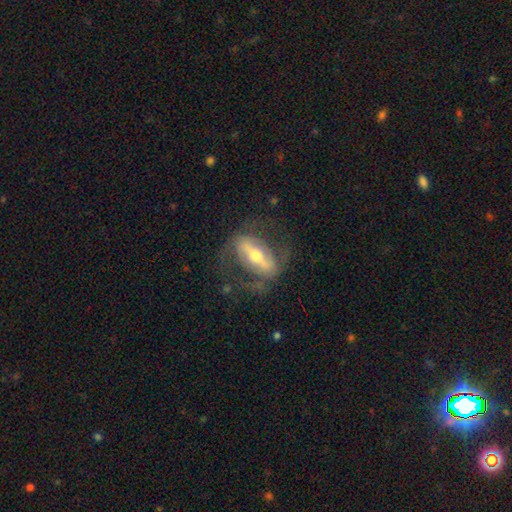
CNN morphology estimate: Smooth or featured? Predicted: featured or disk (p=0.76). Edge-on disk? Predicted: no (p=0.78). Bar? Predicted: strong (p=0.69). Spiral arms? Predicted: yes (p=0.58). Bulge size? Predicted: moderate (p=0.64). Merging? Predicted: none (p=0.65).